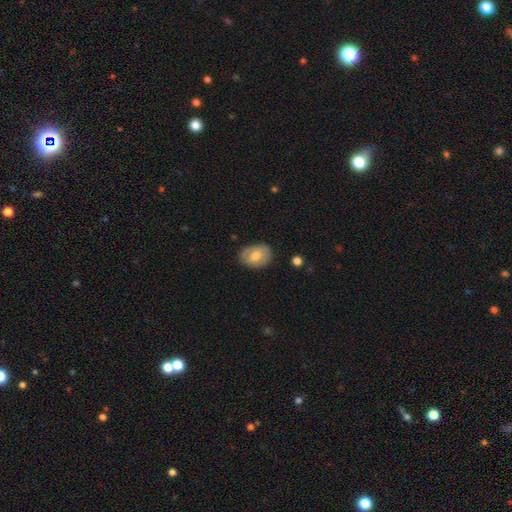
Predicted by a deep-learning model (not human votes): smooth-or-featured: smooth: 66% | featured or disk: 27% | star or artifact: 7%
  how-rounded: in between: 73% | round: 26% | cigar-shaped: 1%
  merging: none: 77% | minor disturbance: 17% | major disturbance: 4% | merger: 1%